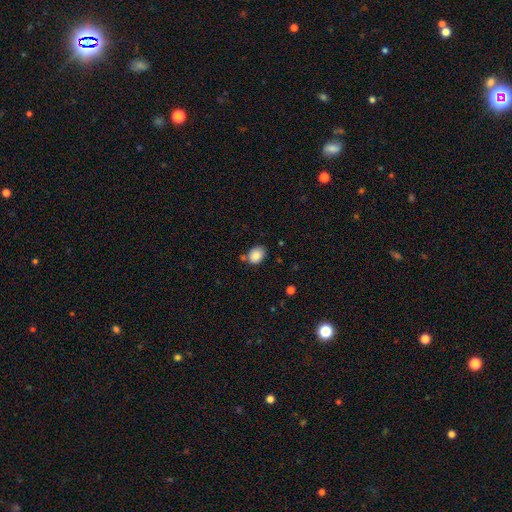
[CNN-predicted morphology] Smooth or featured? smooth (86%)
How rounded? in between (60%)
Merging? none (69%)